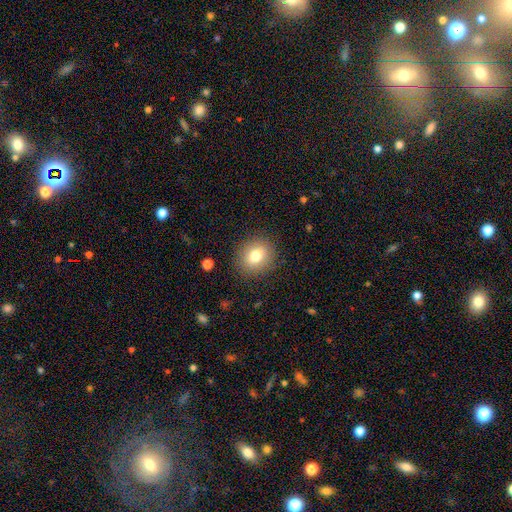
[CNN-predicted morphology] A smooth galaxy with no disk features (77%) that is round (66%).

Vote fractions:
- Smooth or featured? smooth: 77% / featured or disk: 13% / star or artifact: 10%
- How rounded? round: 66% / in between: 33% / cigar-shaped: 1%
- Merging? none: 87% / minor disturbance: 9% / major disturbance: 3% / merger: 1%